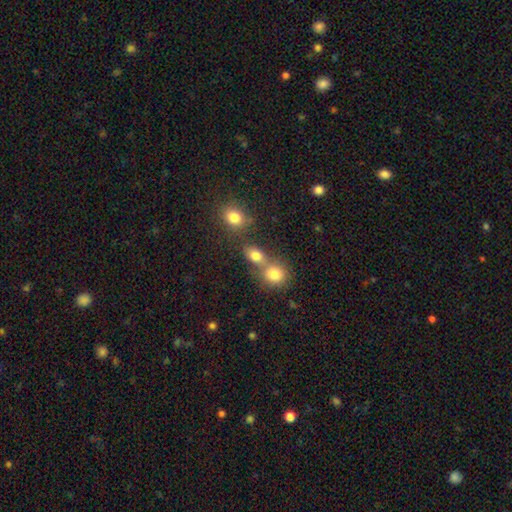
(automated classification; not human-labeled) A smooth galaxy with no disk features (78%) that is in between round and cigar-shaped (52%). Merging: merger (44%, tied with none).